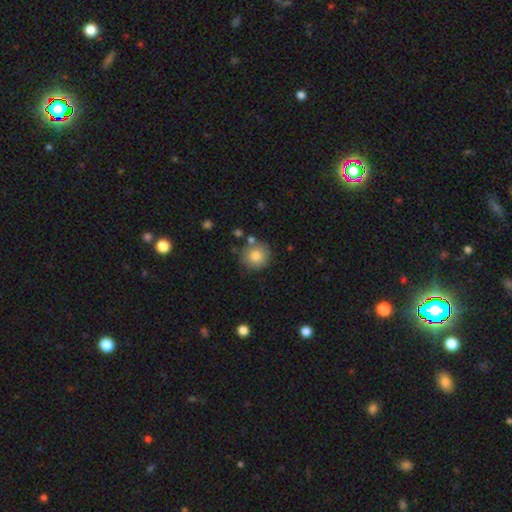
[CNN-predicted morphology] Overall: smooth (82%). How rounded: round (93%). Merging: none (78%).